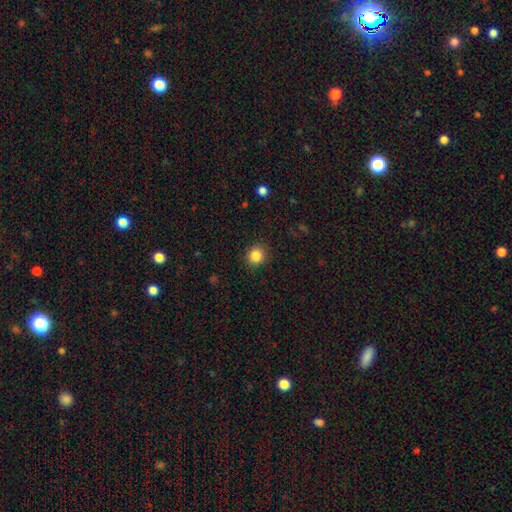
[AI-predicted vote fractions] Smooth or featured: smooth — 85% (star or artifact — 11%)
How rounded: round — 88% (in between — 11%)
Merging: none — 90% (minor disturbance — 7%)